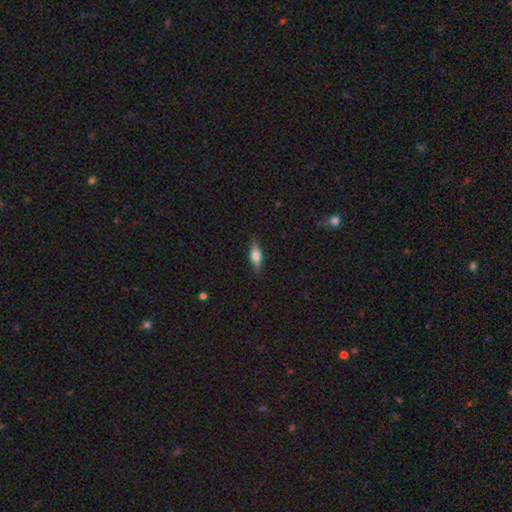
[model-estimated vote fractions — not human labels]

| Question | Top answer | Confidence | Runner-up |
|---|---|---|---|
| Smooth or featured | smooth | 68% | featured or disk (26%) |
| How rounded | in between | 62% | cigar-shaped (35%) |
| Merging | none | 86% | minor disturbance (11%) |